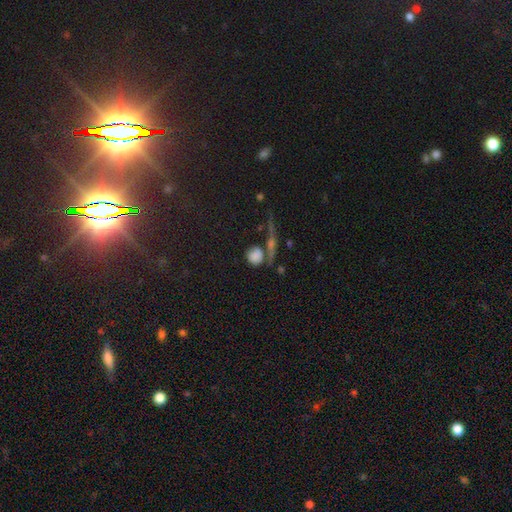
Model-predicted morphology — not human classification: Smooth or featured? Predicted: smooth (p=0.70). How rounded? Predicted: round (p=0.87). Merging? Predicted: none (p=0.65).